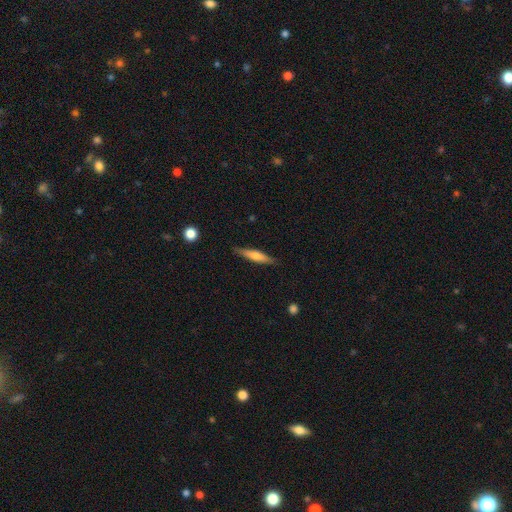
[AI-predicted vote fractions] Q: Smooth or featured?
A: smooth (60%); runner-up: featured or disk (35%)
Q: How rounded?
A: cigar-shaped (88%); runner-up: in between (11%)
Q: Merging?
A: none (87%); runner-up: minor disturbance (9%)